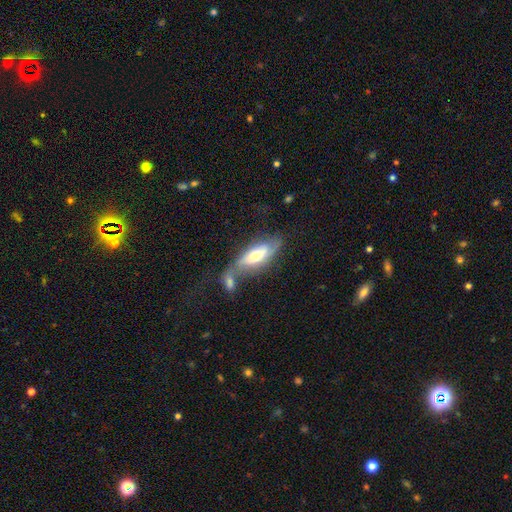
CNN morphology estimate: A featured or disk galaxy (47%).

Vote fractions:
- Smooth or featured? featured or disk: 47% / smooth: 46% / star or artifact: 6%
- Merging? merger: 39% / none: 31% / minor disturbance: 17% / major disturbance: 13%